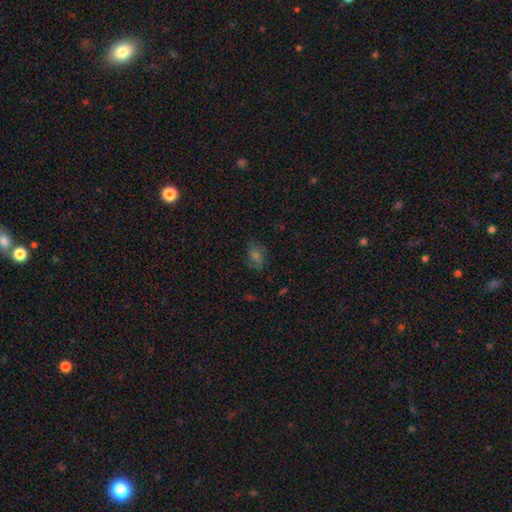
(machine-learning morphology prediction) This appears to be a smooth galaxy with no disk features (42%). Merging: none (76%).